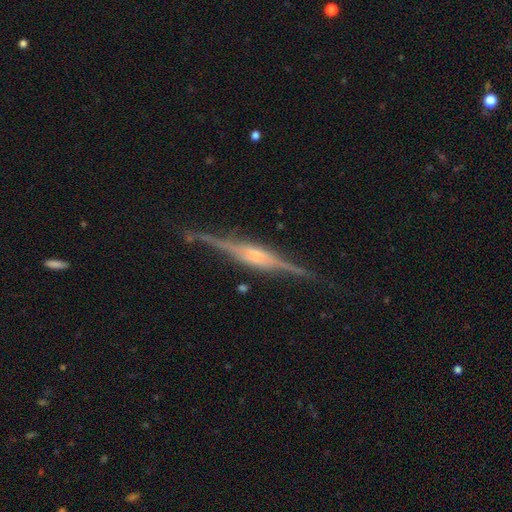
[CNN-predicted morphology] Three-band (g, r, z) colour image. It shows a featured or disk galaxy (86%) viewed edge-on (98%) with a rounded central bulge (51%). Merging: none (84%).